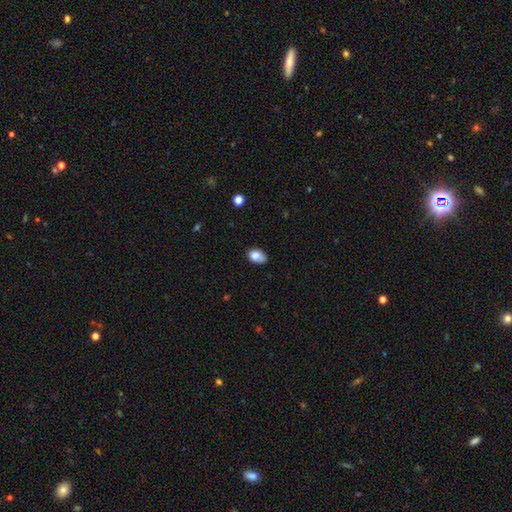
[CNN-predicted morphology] Smooth or featured? smooth (81%)
How rounded? in between (81%)
Merging? none (61%)